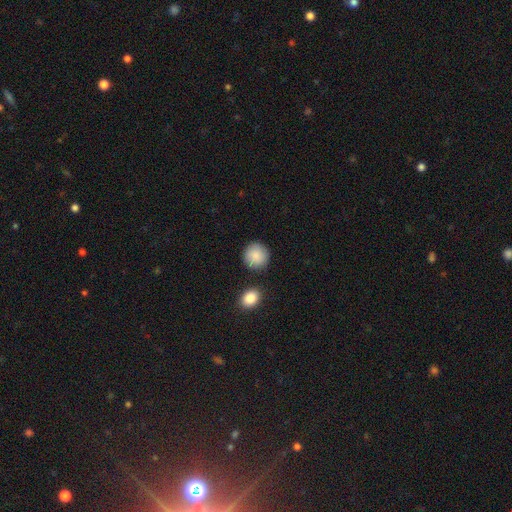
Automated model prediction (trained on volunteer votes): The model was most divided on "merging": none: 85%, minor disturbance: 9%, merger: 4%, major disturbance: 2%. More confident: how rounded — round (91%); smooth or featured — smooth (88%).